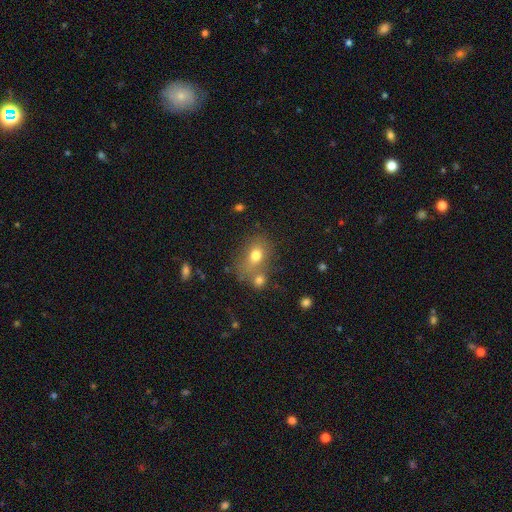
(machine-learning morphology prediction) The model was most divided on "how rounded": in between: 61%, round: 37%, cigar-shaped: 2%. More confident: smooth or featured — smooth (73%); merging — none (51%).